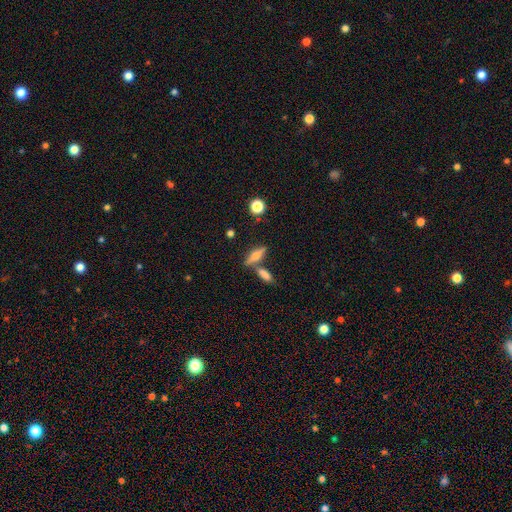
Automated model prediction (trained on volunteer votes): smooth 50%, featured or disk 41%, star or artifact 10%. Down the decision tree: merging — none (63%).